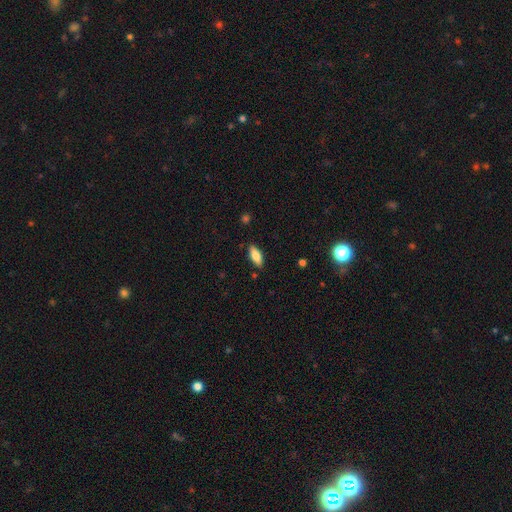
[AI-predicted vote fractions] Smooth or featured? Predicted: smooth (p=0.77). How rounded? Predicted: in between (p=0.77). Merging? Predicted: none (p=0.86).